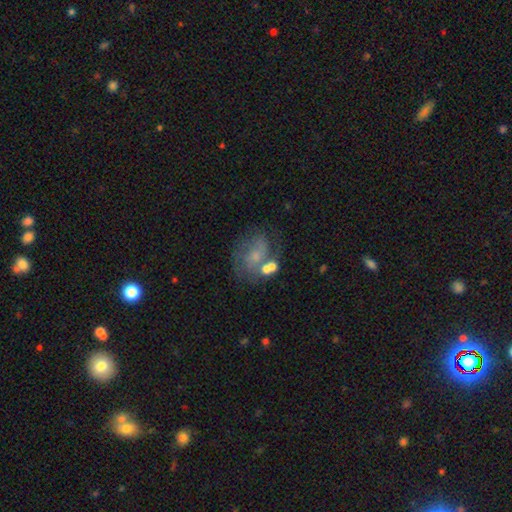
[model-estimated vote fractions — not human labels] Q: Smooth or featured?
A: featured or disk (57%); runner-up: smooth (31%)
Q: Edge-on disk?
A: no (97%); runner-up: yes (3%)
Q: Bar?
A: no (67%); runner-up: weak (27%)
Q: Spiral arms?
A: yes (70%); runner-up: no (30%)
Q: Bulge size?
A: small (49%); runner-up: moderate (29%)
Q: Merging?
A: none (44%); runner-up: minor disturbance (20%)